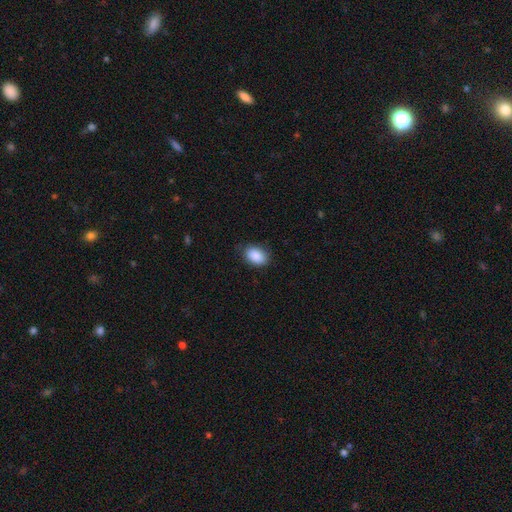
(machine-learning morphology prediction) smooth-or-featured: smooth: 89% | star or artifact: 7% | featured or disk: 4%
  how-rounded: in between: 84% | round: 15% | cigar-shaped: 1%
  merging: none: 81% | minor disturbance: 15% | major disturbance: 3% | merger: 1%